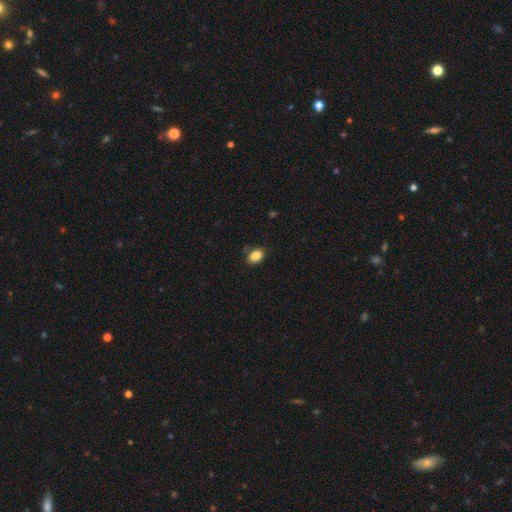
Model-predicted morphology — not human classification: A smooth galaxy with no disk features (84%) that is in between round and cigar-shaped (79%). Merging: none (81%).